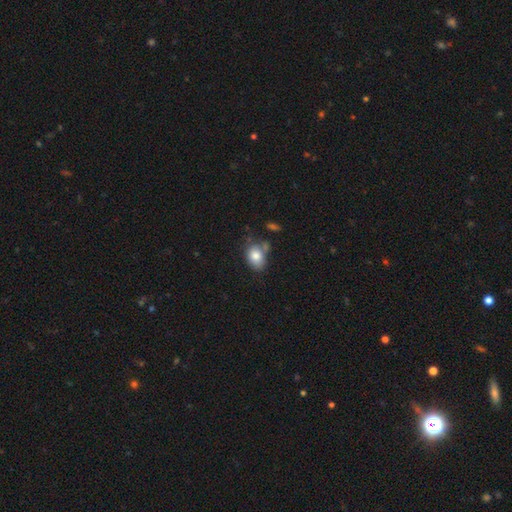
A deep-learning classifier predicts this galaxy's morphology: This appears to be a smooth galaxy with no disk features (80%) that is in between round and cigar-shaped (72%). Merging: none (57%).